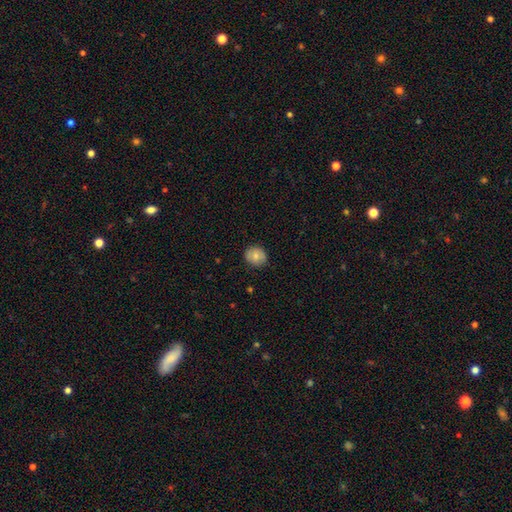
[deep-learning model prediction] Q: Smooth or featured?
A: smooth (78%); runner-up: featured or disk (14%)
Q: How rounded?
A: round (78%); runner-up: in between (21%)
Q: Merging?
A: none (86%); runner-up: minor disturbance (11%)